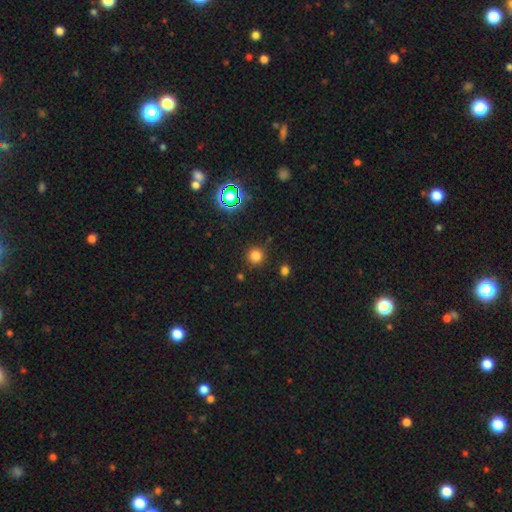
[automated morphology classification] smooth 77%, star or artifact 18%, featured or disk 5%. Down the decision tree: how rounded — round (94%); merging — none (88%).